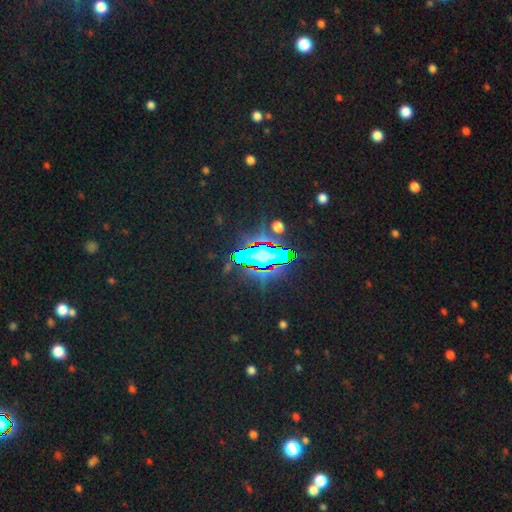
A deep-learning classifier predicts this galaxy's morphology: smooth_or_featured: star or artifact (p=0.76) [alt: smooth p=0.14]